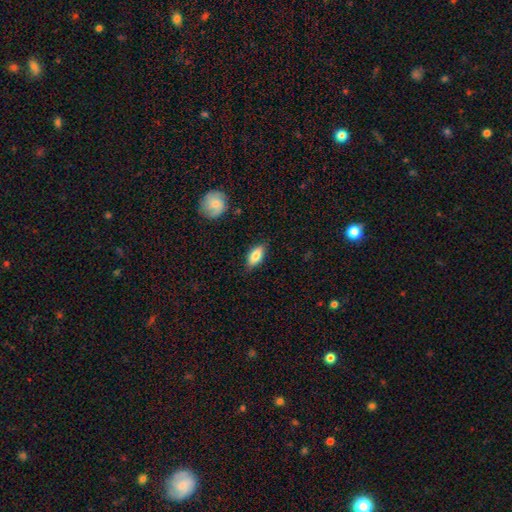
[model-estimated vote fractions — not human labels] This is likely a smooth galaxy (79%). How rounded: clearly in between (84%). Merging: clearly none (82%).